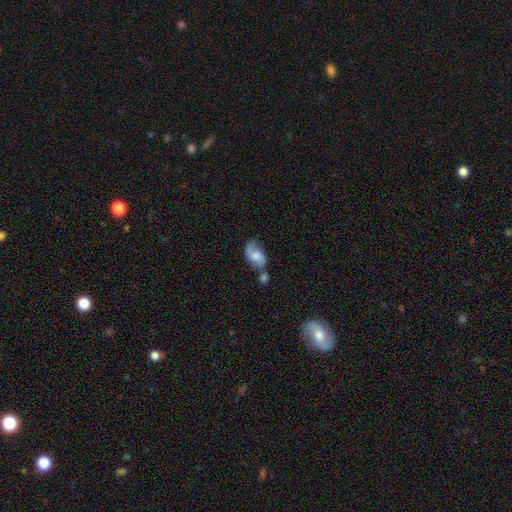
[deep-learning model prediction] smooth-or-featured: featured or disk: 49% | smooth: 43% | star or artifact: 8%
  merging: none: 44% | merger: 24% | minor disturbance: 23% | major disturbance: 10%